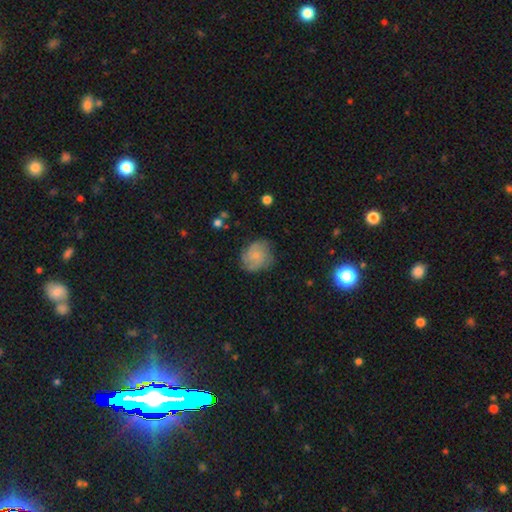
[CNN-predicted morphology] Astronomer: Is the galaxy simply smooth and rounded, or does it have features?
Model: featured or disk — 56% (runner-up: smooth, 35%).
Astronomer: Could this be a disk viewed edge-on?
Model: no — 98%.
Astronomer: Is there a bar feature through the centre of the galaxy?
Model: no — 76%.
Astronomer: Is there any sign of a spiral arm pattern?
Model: yes — 90%.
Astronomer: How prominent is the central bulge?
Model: small — 62%.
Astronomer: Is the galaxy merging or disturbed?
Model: none — 73%.